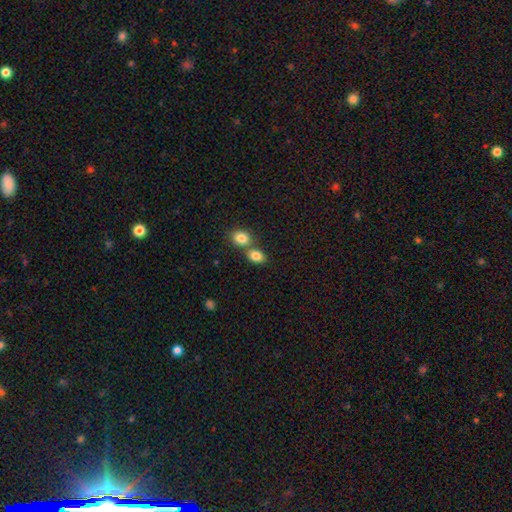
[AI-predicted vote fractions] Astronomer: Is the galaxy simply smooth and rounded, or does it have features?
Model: smooth — 83%.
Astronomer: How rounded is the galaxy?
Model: in between — 67%.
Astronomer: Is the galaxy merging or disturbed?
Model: none — 47% (runner-up: merger, 42%).